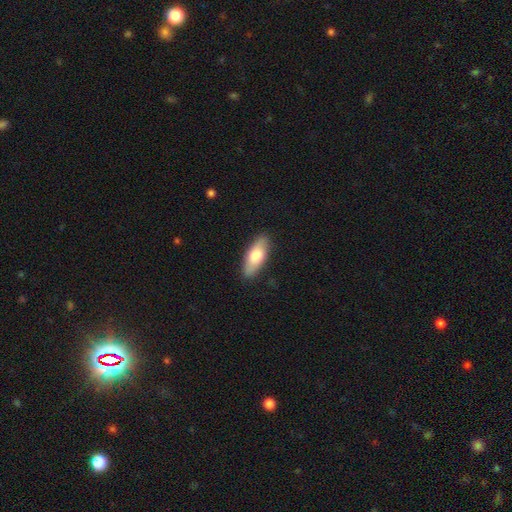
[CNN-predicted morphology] smooth 74%, featured or disk 20%, star or artifact 5%. Down the decision tree: how rounded — in between (72%); merging — none (86%).